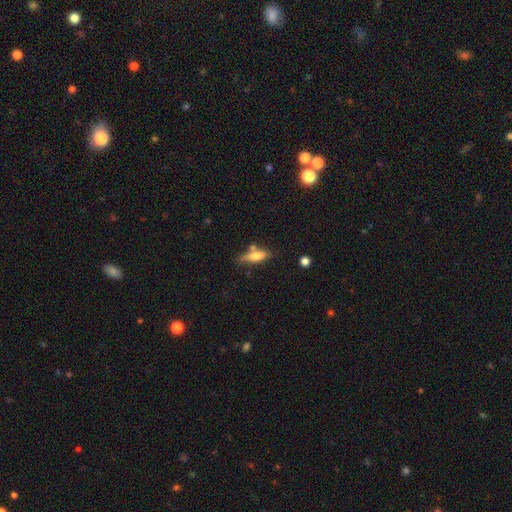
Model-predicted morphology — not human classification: A smooth galaxy with no disk features (68%) that is cigar-shaped (54%). Merging: none (61%).